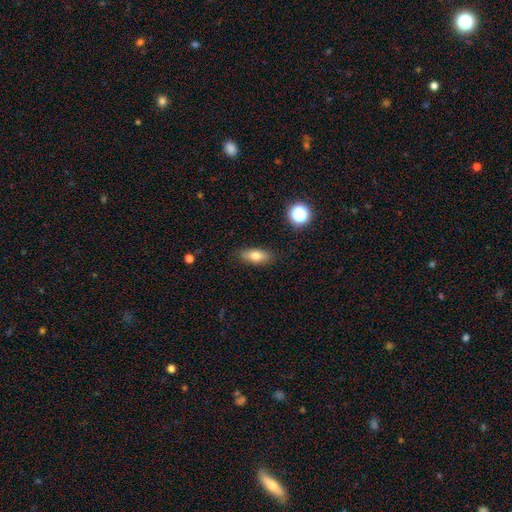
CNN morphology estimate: Q: Smooth or featured?
A: smooth (77%); runner-up: featured or disk (14%)
Q: How rounded?
A: in between (74%); runner-up: cigar-shaped (21%)
Q: Merging?
A: none (86%); runner-up: minor disturbance (10%)